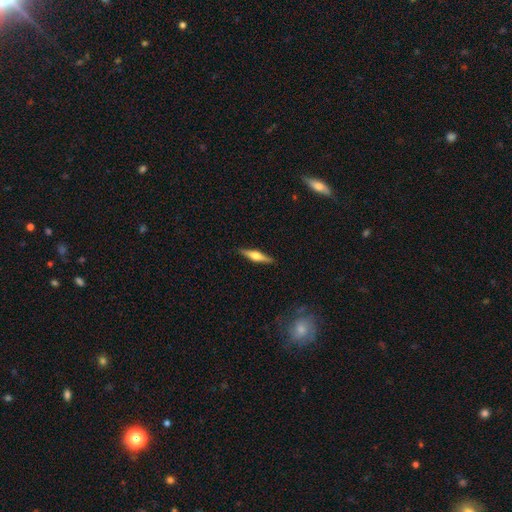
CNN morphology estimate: smooth-or-featured: featured or disk: 59% | smooth: 35% | star or artifact: 6%
  disk-edge-on: yes: 97% | no: 3%
    edge-on-bulge: rounded: 84% | boxy: 11% | none: 4%
  merging: none: 89% | minor disturbance: 8% | major disturbance: 2% | merger: 1%